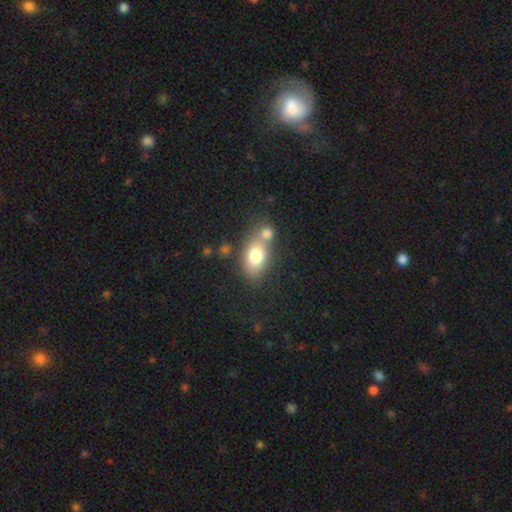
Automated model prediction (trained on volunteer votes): A smooth galaxy with no disk features (76%) that is in between round and cigar-shaped (82%).

Vote fractions:
- Smooth or featured? smooth: 76% / featured or disk: 15% / star or artifact: 9%
- How rounded? in between: 82% / round: 15% / cigar-shaped: 3%
- Merging? merger: 42% (tied) / none: 42% (tied) / minor disturbance: 11% / major disturbance: 5%